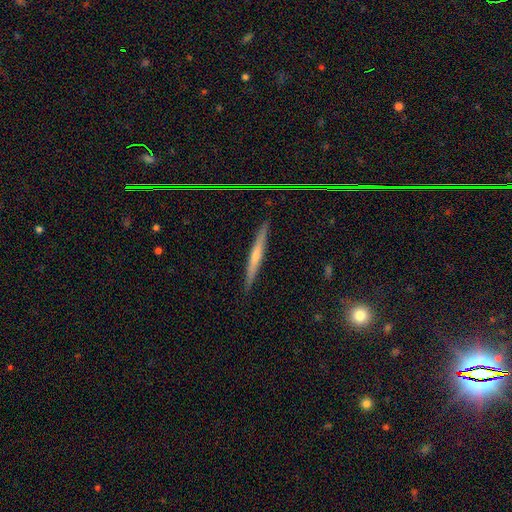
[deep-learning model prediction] Overall: featured or disk (57%; smooth 33%). Edge-on disk: yes (97%). Edge-on bulge: rounded (51%; none 43%). Merging: none (90%).